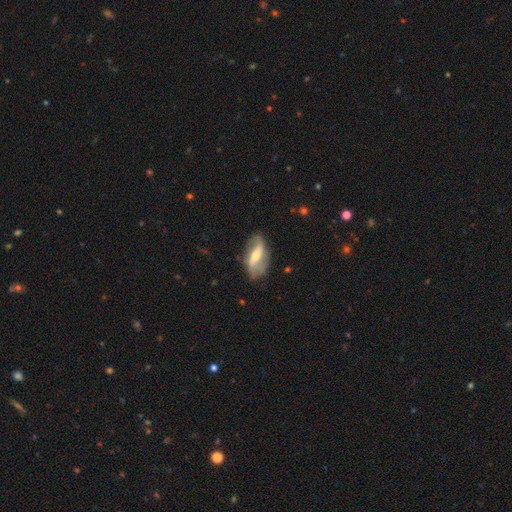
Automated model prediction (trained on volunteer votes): featured or disk 70%, smooth 24%, star or artifact 6%. Down the decision tree: edge-on disk — no (89%); bar — strong (47%); spiral arms — yes (79%); bulge size — moderate (51%); merging — none (71%).